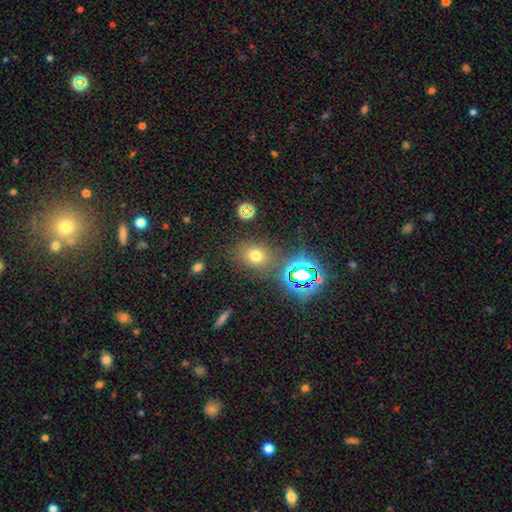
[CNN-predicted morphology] type=smooth (64%); roundness=in between (51%); merging=none (76%).